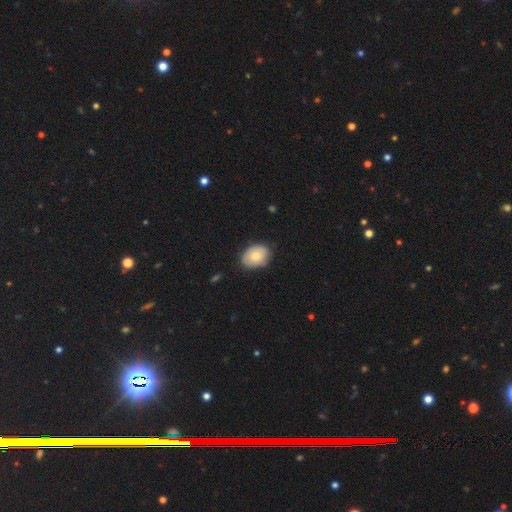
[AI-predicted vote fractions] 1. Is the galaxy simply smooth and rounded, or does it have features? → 75% smooth, 18% featured or disk, 7% star or artifact.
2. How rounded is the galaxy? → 72% in between, 27% round, 1% cigar-shaped.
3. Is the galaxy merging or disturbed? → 80% none, 16% minor disturbance, 3% major disturbance, 1% merger.